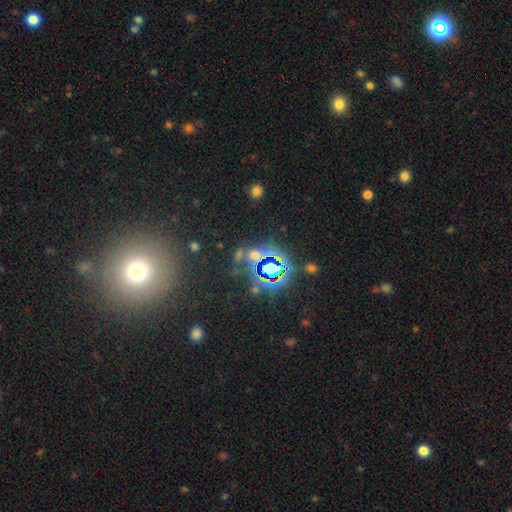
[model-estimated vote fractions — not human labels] Smooth or featured? star or artifact (69%)